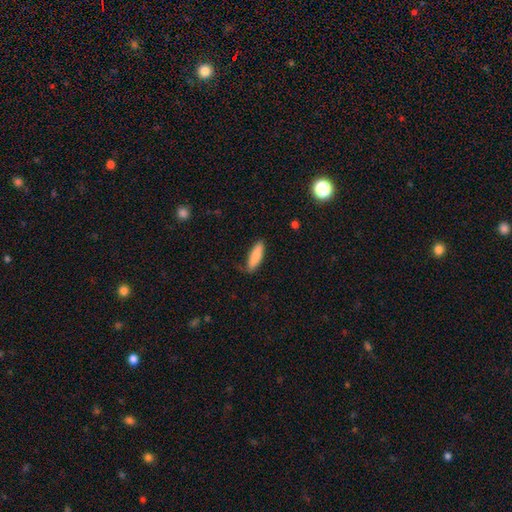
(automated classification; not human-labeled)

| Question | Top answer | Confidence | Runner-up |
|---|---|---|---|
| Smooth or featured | smooth | 85% | featured or disk (9%) |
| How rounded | cigar-shaped | 60% | in between (39%) |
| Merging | none | 71% | minor disturbance (23%) |